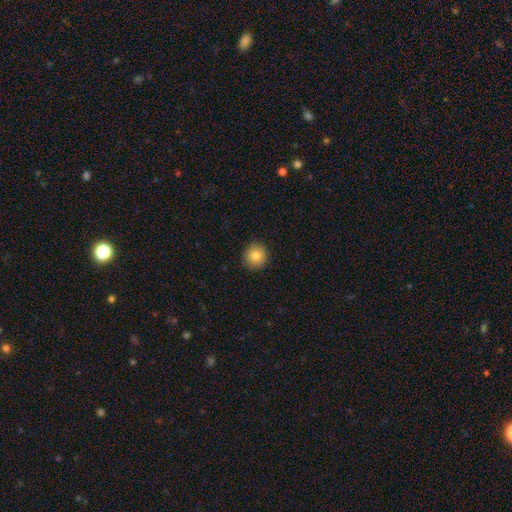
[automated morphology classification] Smooth or featured? smooth (83%)
How rounded? round (92%)
Merging? none (91%)